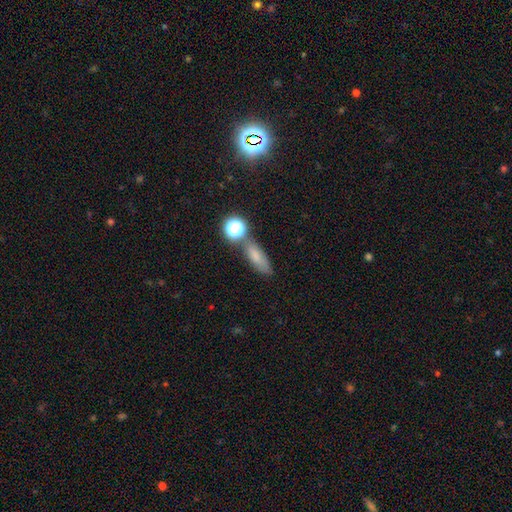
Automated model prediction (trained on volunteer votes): smooth-or-featured: smooth: 70% | star or artifact: 17% | featured or disk: 12%
  how-rounded: in between: 57% | cigar-shaped: 31% | round: 12%
  merging: none: 63% | minor disturbance: 16% | merger: 15% | major disturbance: 6%